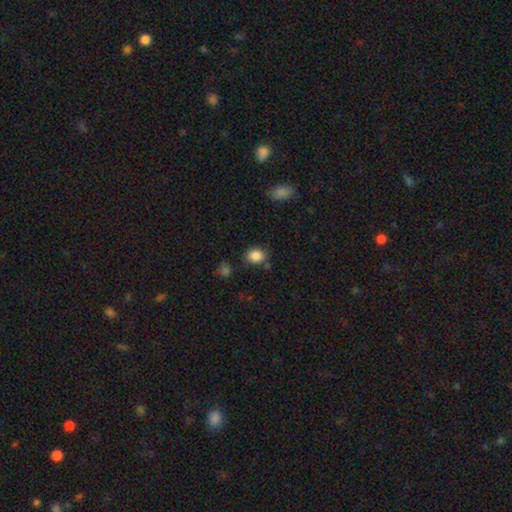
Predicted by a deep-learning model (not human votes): Smooth or featured? Predicted: smooth (p=0.86). How rounded? Predicted: in between (p=0.54). Merging? Predicted: none (p=0.74).